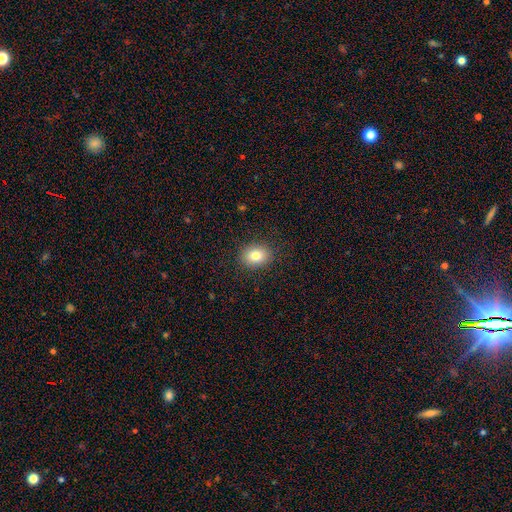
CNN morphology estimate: A smooth galaxy with no disk features (82%) that is in between round and cigar-shaped (55%). Merging: none (89%).